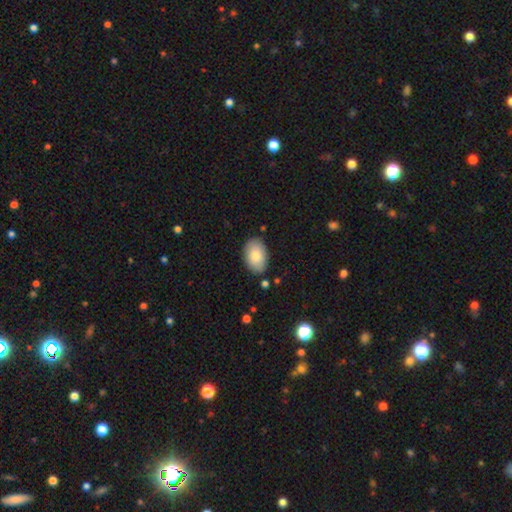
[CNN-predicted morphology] smooth_or_featured: smooth (p=0.84) [alt: featured or disk p=0.10]
how_rounded: in between (p=0.91) [alt: round p=0.08]
merging: none (p=0.85) [alt: minor disturbance p=0.11]